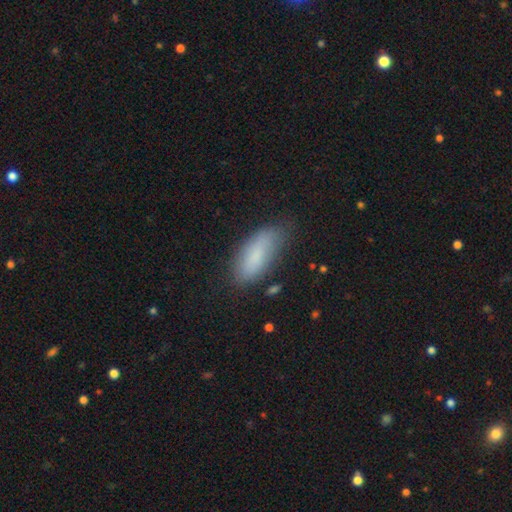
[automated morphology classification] Smooth or featured? smooth (81%)
How rounded? in between (75%)
Merging? none (69%)